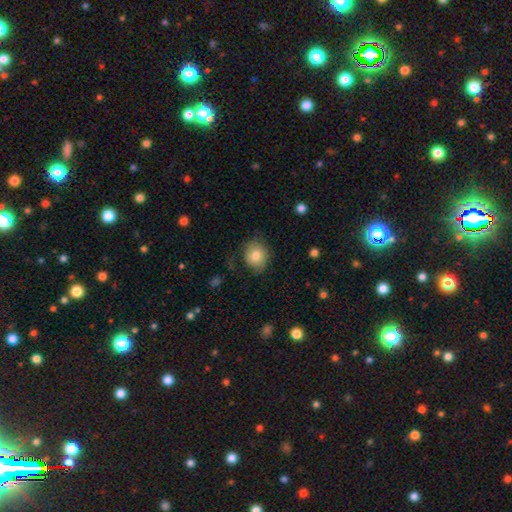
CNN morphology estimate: Smooth or featured?
  - smooth: 78% *
  - featured or disk: 14%
  - star or artifact: 8%
How rounded?
  - round: 63% *
  - in between: 36%
  - cigar-shaped: 1%
Merging?
  - none: 72% *
  - minor disturbance: 20%
  - major disturbance: 6%
  - merger: 1%